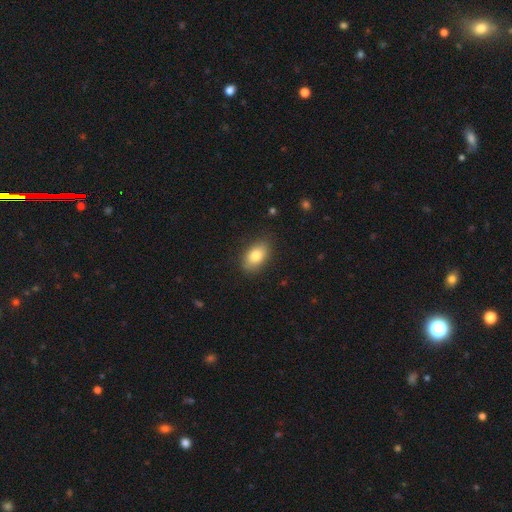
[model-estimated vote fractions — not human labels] This appears to be a smooth galaxy with no disk features (81%) that is in between round and cigar-shaped (90%). Merging: none (85%).